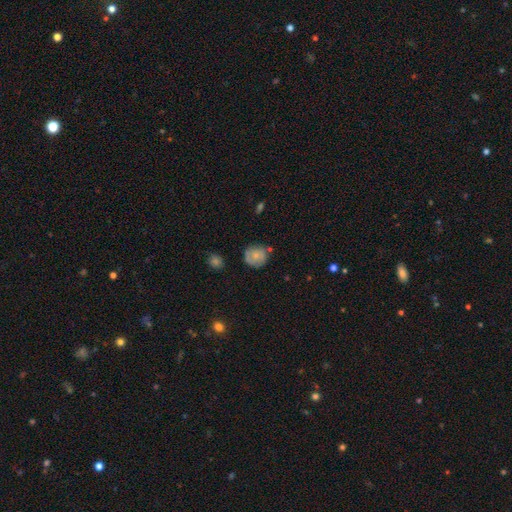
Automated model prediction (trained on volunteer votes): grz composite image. It shows a smooth galaxy with no disk features (65%) that is round (86%). Merging: none (70%).